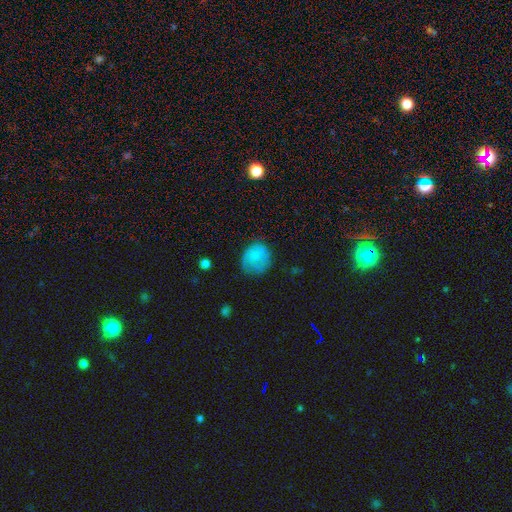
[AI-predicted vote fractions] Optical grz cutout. It shows a smooth galaxy with no disk features (73%) that is round (74%). Merging: none (58%).